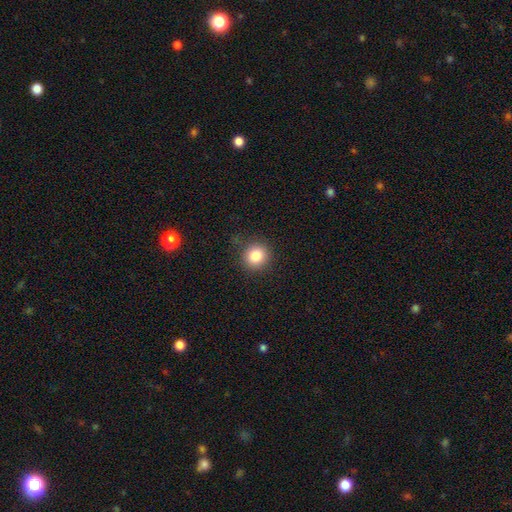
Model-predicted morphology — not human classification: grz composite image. It shows a smooth galaxy with no disk features (83%) that is round (87%). Merging: none (86%).